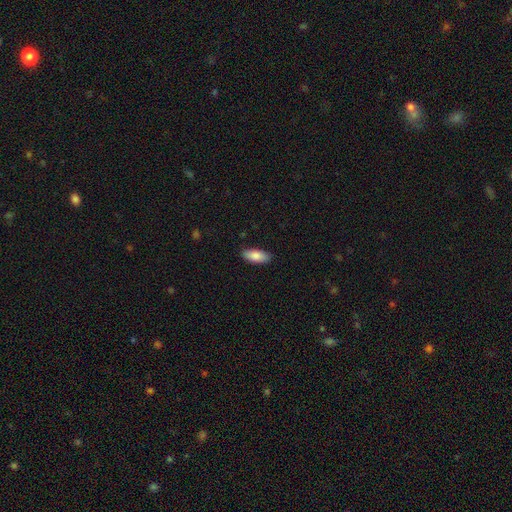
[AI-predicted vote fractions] This appears to be a smooth galaxy with no disk features (87%) that is in between round and cigar-shaped (82%). Merging: none (88%).